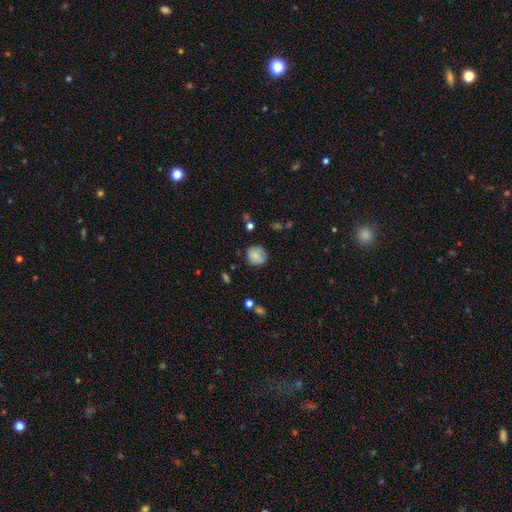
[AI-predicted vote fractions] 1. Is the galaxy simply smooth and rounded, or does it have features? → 78% smooth, 13% featured or disk, 9% star or artifact.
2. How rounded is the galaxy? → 89% round, 10% in between, 1% cigar-shaped.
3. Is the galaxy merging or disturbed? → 76% none, 19% minor disturbance, 4% major disturbance, 2% merger.